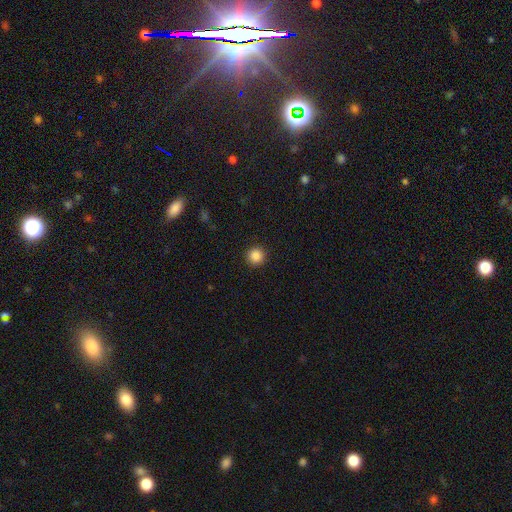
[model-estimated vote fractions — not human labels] Smooth or featured? Predicted: smooth (p=0.87). How rounded? Predicted: round (p=0.95). Merging? Predicted: none (p=0.93).